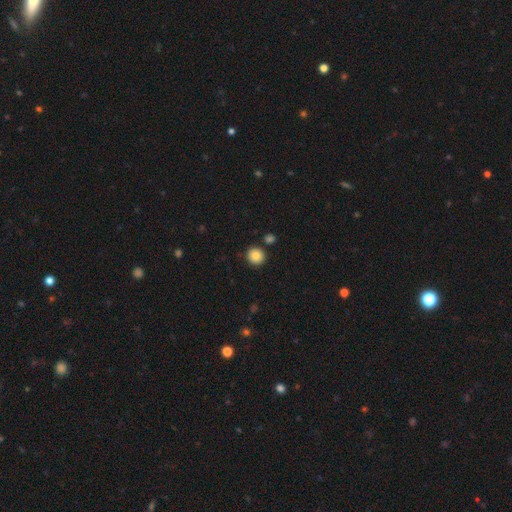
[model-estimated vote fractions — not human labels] Overall: smooth (84%). How rounded: round (92%). Merging: none (87%).